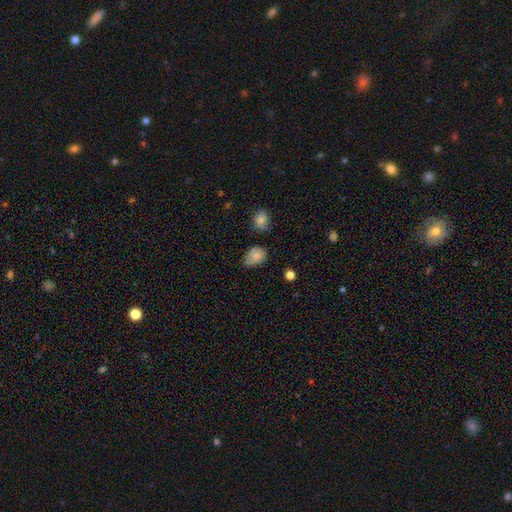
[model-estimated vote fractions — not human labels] Q: Smooth or featured?
A: smooth (81%); runner-up: featured or disk (10%)
Q: How rounded?
A: in between (73%); runner-up: round (26%)
Q: Merging?
A: none (56%); runner-up: minor disturbance (33%)